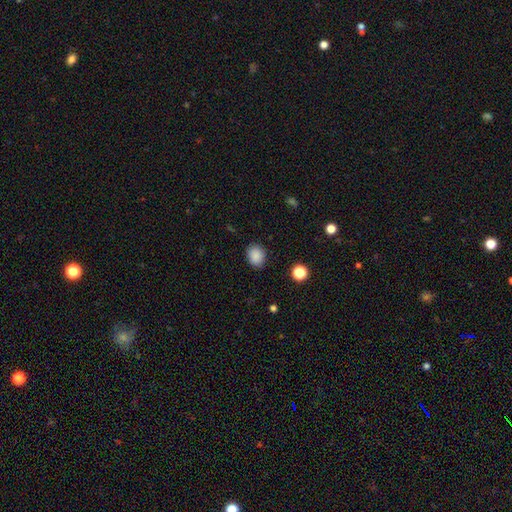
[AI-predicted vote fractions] Overall: smooth (87%). How rounded: round (55%; in between 44%). Merging: none (86%).